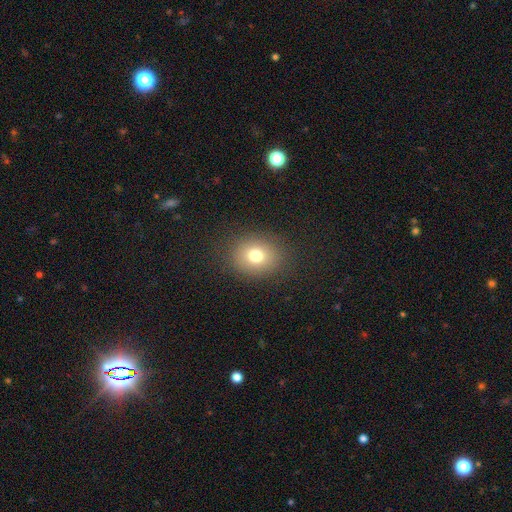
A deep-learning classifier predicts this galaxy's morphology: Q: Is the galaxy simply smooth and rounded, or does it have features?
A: smooth — 75%.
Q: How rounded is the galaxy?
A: round — 61%.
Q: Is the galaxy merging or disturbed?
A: none — 87%.